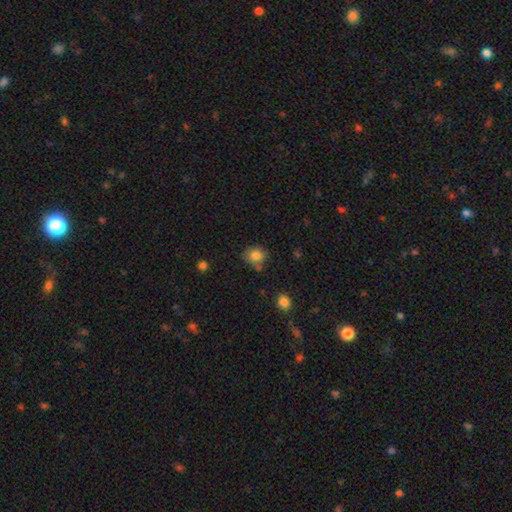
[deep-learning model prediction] Smooth or featured? Predicted: smooth (p=0.83). How rounded? Predicted: round (p=0.71). Merging? Predicted: none (p=0.70).